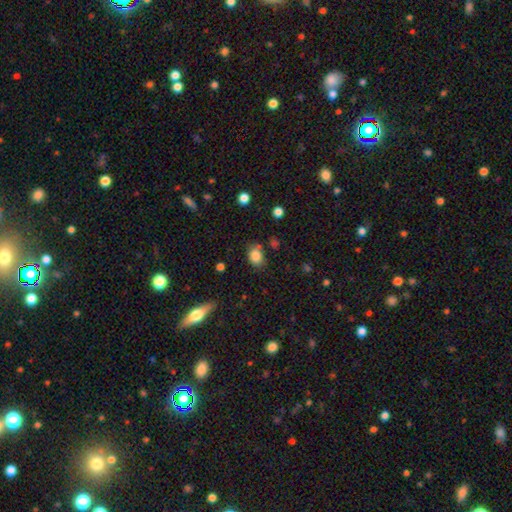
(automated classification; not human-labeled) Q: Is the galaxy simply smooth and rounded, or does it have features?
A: smooth — 84%.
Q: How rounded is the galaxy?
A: in between — 66%.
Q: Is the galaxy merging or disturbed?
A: none — 73%.